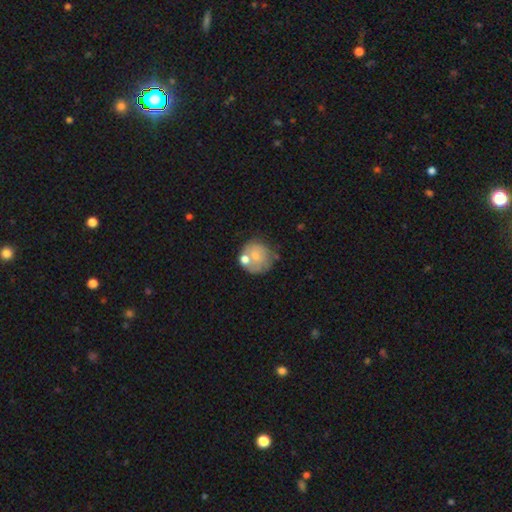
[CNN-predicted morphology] Smooth or featured?
  - smooth: 61% *
  - featured or disk: 31%
  - star or artifact: 7%
How rounded?
  - round: 87% *
  - in between: 12%
  - cigar-shaped: 1%
Merging?
  - none: 52% *
  - merger: 21%
  - minor disturbance: 19%
  - major disturbance: 8%